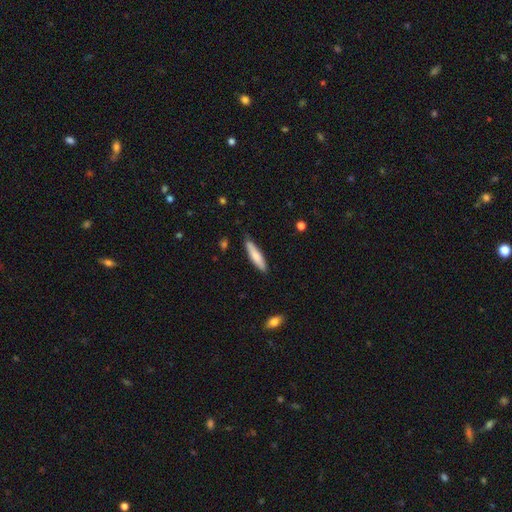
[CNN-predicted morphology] Q: Smooth or featured?
A: smooth (75%); runner-up: featured or disk (20%)
Q: How rounded?
A: cigar-shaped (81%); runner-up: in between (18%)
Q: Merging?
A: none (83%); runner-up: minor disturbance (13%)